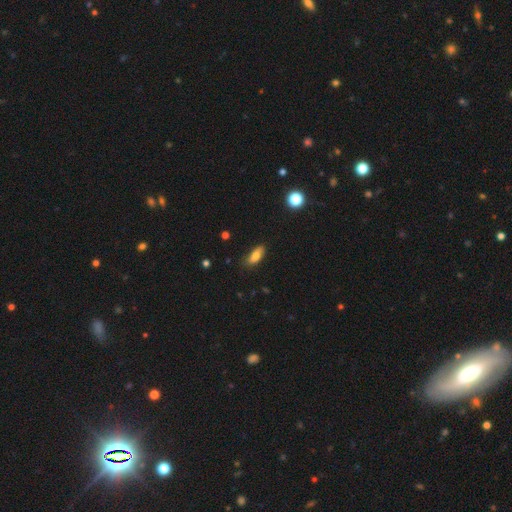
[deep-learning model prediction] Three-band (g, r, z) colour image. It shows a smooth galaxy with no disk features (76%) that is in between round and cigar-shaped (76%). Merging: none (73%).